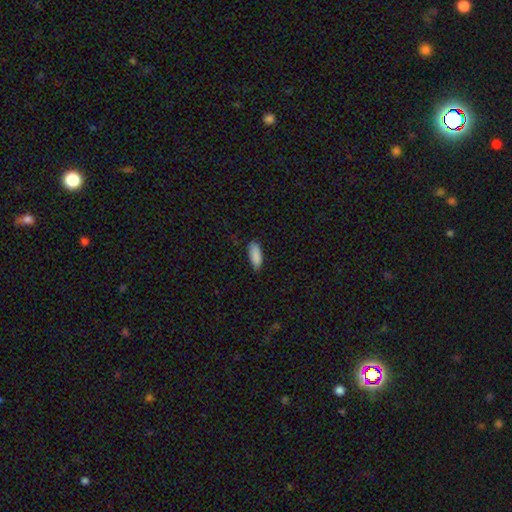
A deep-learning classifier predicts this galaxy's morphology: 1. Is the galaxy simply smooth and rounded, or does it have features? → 89% smooth, 7% star or artifact, 4% featured or disk.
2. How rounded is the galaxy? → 77% in between, 21% cigar-shaped, 2% round.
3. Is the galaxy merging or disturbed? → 79% none, 18% minor disturbance, 3% major disturbance, 1% merger.